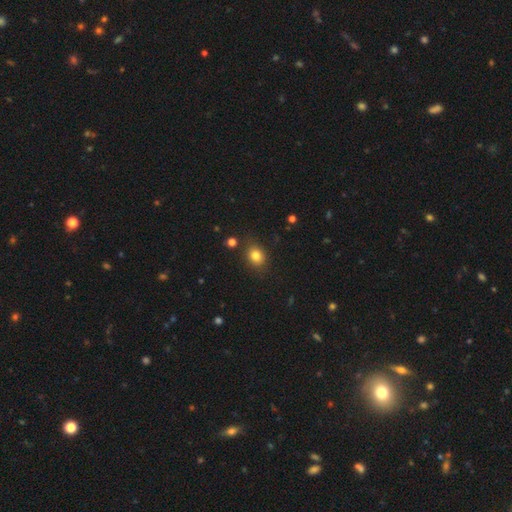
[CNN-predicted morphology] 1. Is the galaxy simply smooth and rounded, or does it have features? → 80% smooth, 12% star or artifact, 7% featured or disk.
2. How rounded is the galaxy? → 51% round, 48% in between, 1% cigar-shaped.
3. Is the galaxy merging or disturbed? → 82% none, 12% minor disturbance, 3% major disturbance, 3% merger.